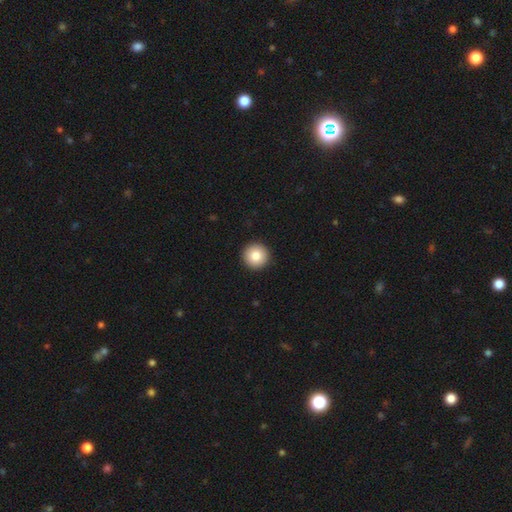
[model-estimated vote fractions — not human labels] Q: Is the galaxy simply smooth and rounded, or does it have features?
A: smooth — 84%.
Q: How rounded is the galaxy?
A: round — 96%.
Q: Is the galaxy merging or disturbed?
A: none — 94%.